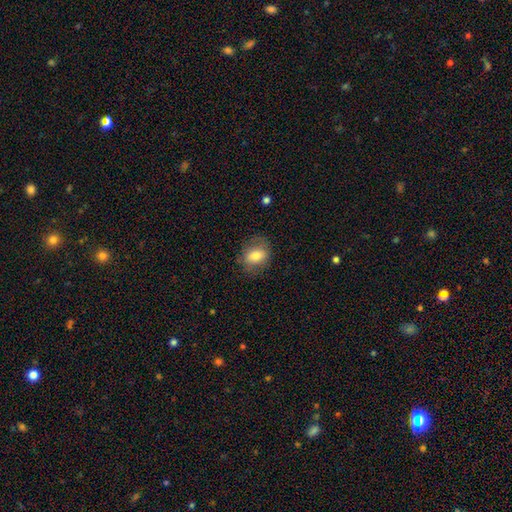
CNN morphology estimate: Smooth or featured: smooth — 76% (featured or disk — 16%)
How rounded: in between — 60% (round — 38%)
Merging: none — 77% (minor disturbance — 16%)